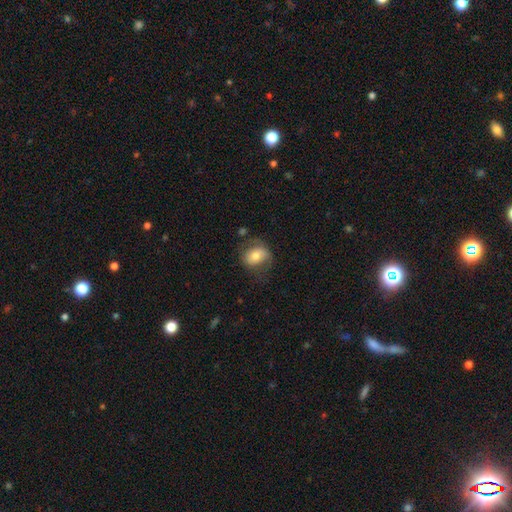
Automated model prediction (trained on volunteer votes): The model was most divided on "how rounded": in between: 60%, round: 38%, cigar-shaped: 1%. More confident: smooth or featured — smooth (66%); merging — none (59%).